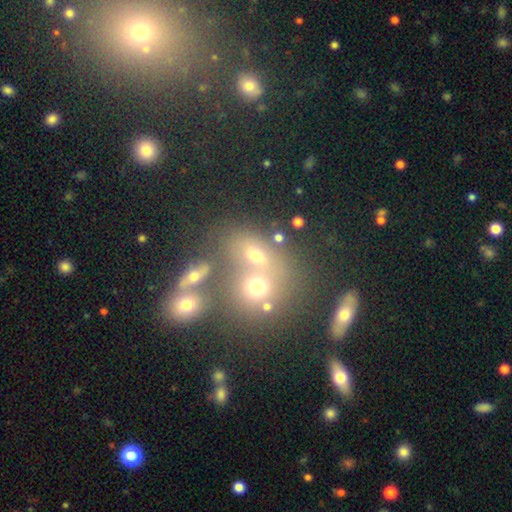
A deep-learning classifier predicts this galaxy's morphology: Overall: smooth (65%). How rounded: in between (50%; round 47%). Merging: merger (53%; none 34%).